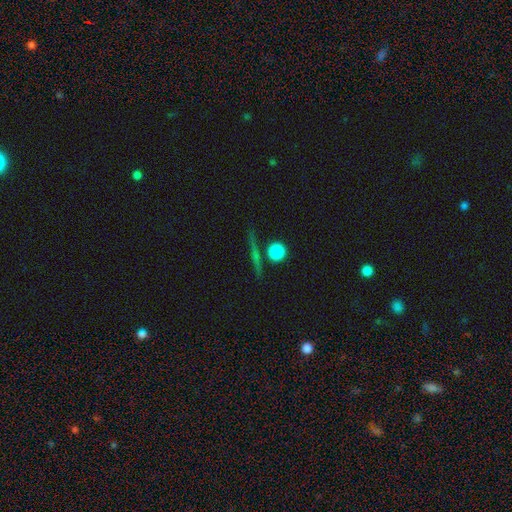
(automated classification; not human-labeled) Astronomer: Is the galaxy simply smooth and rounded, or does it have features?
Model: star or artifact — 44% (runner-up: featured or disk, 29%).